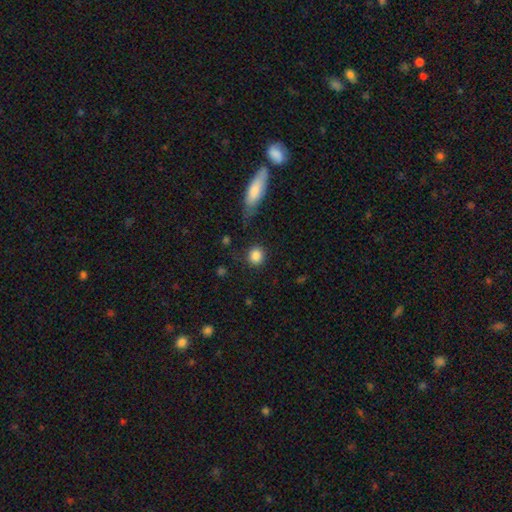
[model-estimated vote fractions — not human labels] Smooth or featured? Predicted: smooth (p=0.86). How rounded? Predicted: round (p=0.88). Merging? Predicted: none (p=0.84).